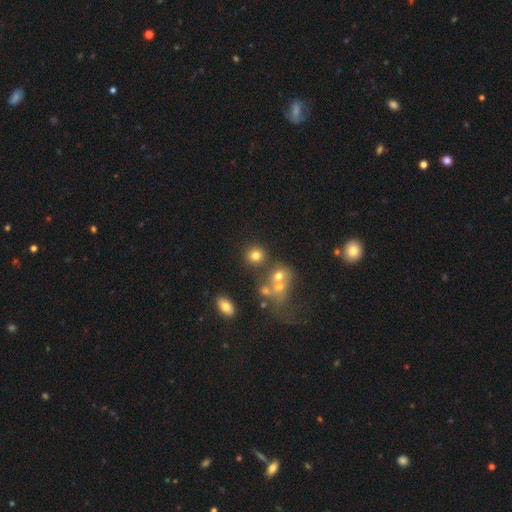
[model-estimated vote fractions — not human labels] Smooth or featured?
  - smooth: 76% *
  - star or artifact: 14%
  - featured or disk: 10%
How rounded?
  - round: 86% *
  - in between: 13%
  - cigar-shaped: 1%
Merging?
  - none: 72% *
  - merger: 14%
  - minor disturbance: 9%
  - major disturbance: 5%